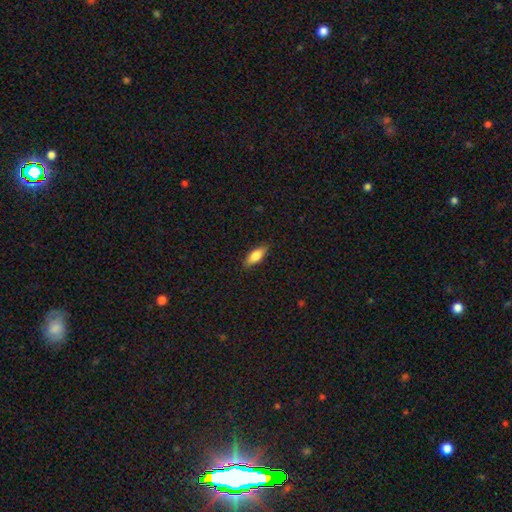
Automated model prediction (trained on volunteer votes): smooth 76%, featured or disk 18%, star or artifact 7%. Down the decision tree: how rounded — in between (72%); merging — none (87%).